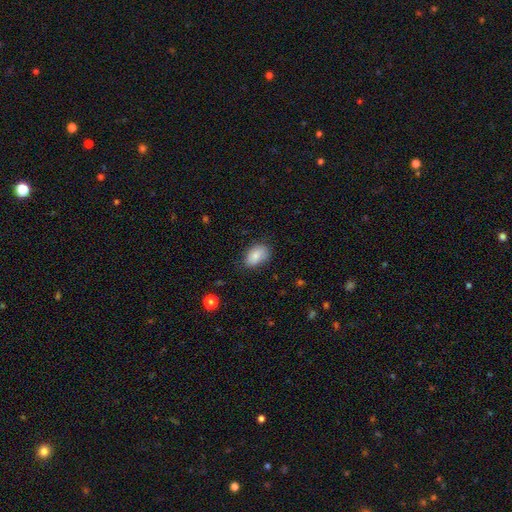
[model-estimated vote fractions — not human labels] Smooth or featured? smooth (83%)
How rounded? in between (90%)
Merging? none (75%)